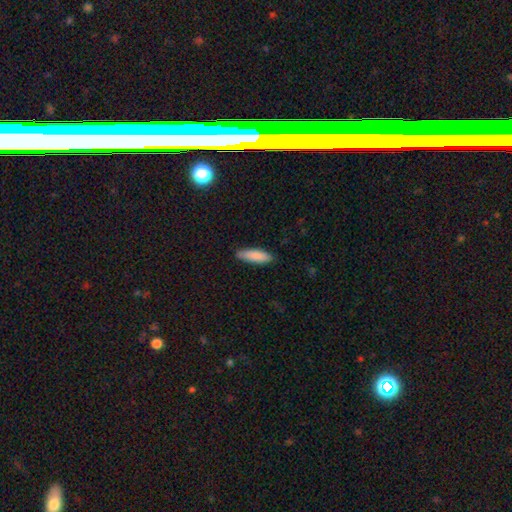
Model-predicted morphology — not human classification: smooth_or_featured: smooth (p=0.86) [alt: featured or disk p=0.08]
how_rounded: cigar-shaped (p=0.54) [alt: in between p=0.45]
merging: none (p=0.84) [alt: minor disturbance p=0.13]